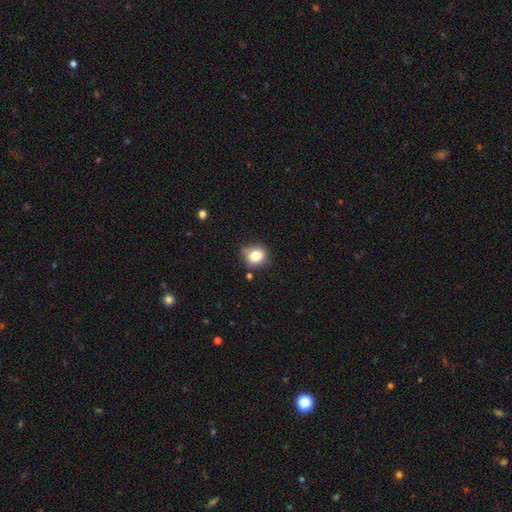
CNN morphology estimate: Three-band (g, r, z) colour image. It shows a smooth galaxy with no disk features (80%) that is round (78%). Merging: none (68%).